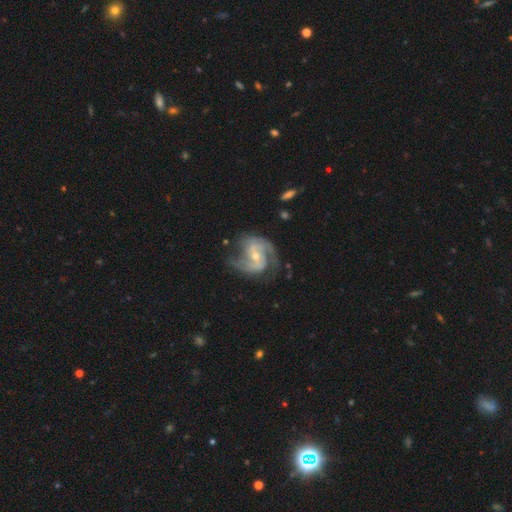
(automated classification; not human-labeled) Smooth or featured? featured or disk (90%)
Edge-on disk? no (98%)
Bar? weak (43%)
Spiral arms? yes (97%)
Spiral winding? medium (54%)
Spiral arm count? 2 (78%)
Bulge size? small (53%)
Merging? none (64%)